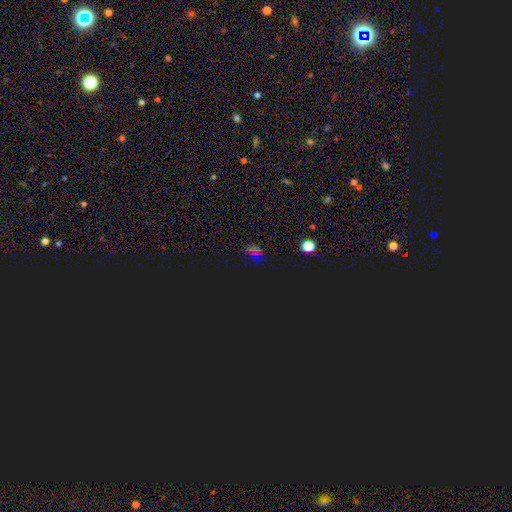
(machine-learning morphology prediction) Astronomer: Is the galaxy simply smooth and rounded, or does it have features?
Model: star or artifact — 68%.